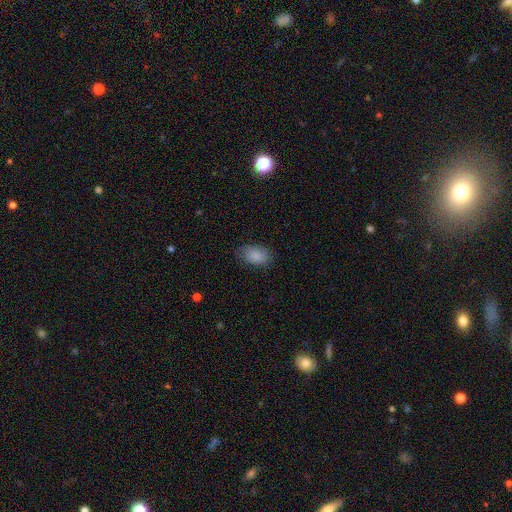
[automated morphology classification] smooth-or-featured: smooth: 87% | star or artifact: 7% | featured or disk: 6%
  how-rounded: in between: 86% | round: 13% | cigar-shaped: 1%
  merging: none: 78% | minor disturbance: 17% | major disturbance: 4% | merger: 1%